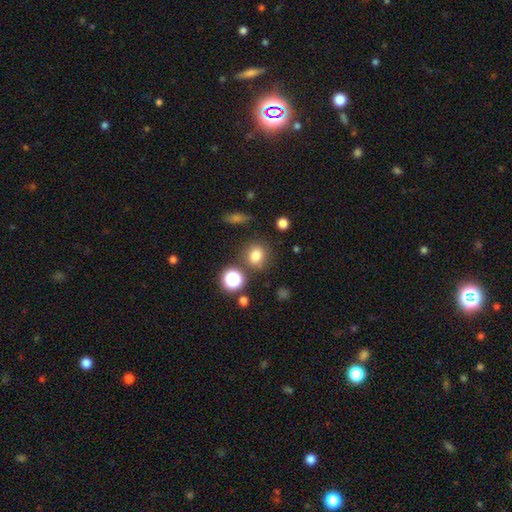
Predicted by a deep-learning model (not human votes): smooth_or_featured: smooth (p=0.78) [alt: star or artifact p=0.16]
how_rounded: round (p=0.79) [alt: in between p=0.20]
merging: none (p=0.77) [alt: minor disturbance p=0.11]